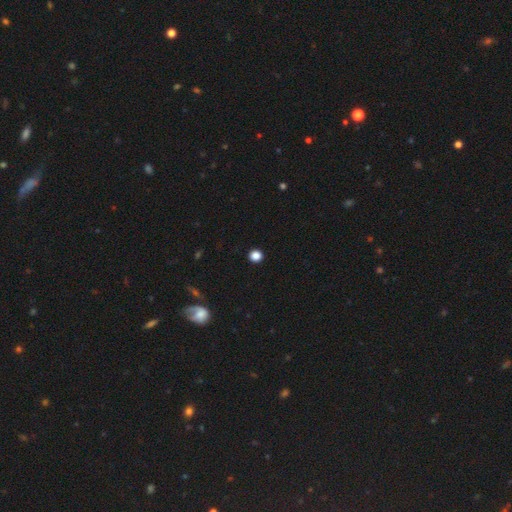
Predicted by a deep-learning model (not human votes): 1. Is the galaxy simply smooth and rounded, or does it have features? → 85% smooth, 12% star or artifact, 3% featured or disk.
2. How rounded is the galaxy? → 89% round, 10% in between, 1% cigar-shaped.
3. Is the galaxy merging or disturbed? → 93% none, 4% minor disturbance, 2% major disturbance, 1% merger.